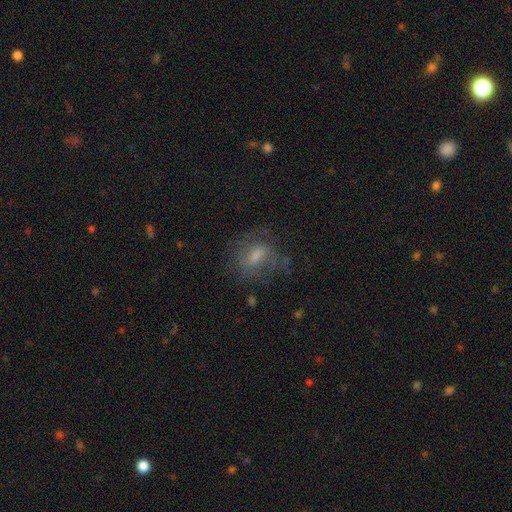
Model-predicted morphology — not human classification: Smooth or featured: smooth — 47% (featured or disk — 39%)
Merging: none — 59% (minor disturbance — 21%)